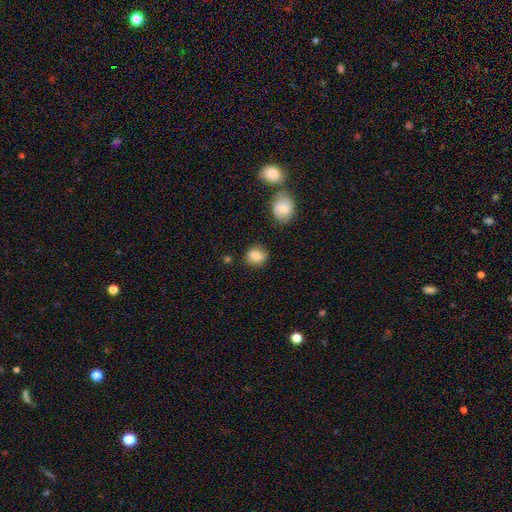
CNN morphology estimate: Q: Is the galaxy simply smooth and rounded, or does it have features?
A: smooth — 82%.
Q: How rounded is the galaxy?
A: round — 67%.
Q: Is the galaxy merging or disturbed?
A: none — 80%.